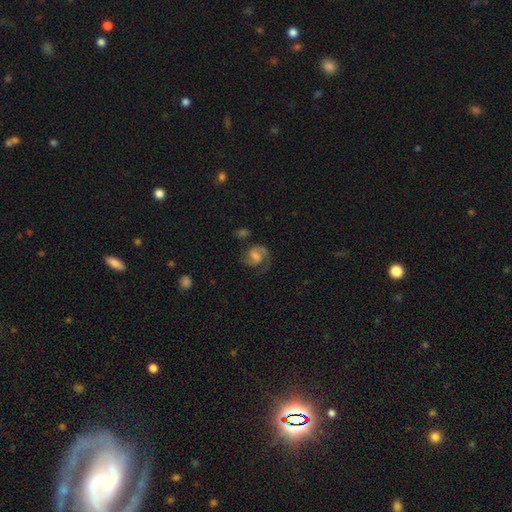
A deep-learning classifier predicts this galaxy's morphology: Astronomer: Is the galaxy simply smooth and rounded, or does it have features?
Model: featured or disk — 75%.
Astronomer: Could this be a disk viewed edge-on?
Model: no — 98%.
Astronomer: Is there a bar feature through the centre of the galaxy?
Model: weak — 50% (runner-up: no, 34%).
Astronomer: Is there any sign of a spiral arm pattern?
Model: yes — 94%.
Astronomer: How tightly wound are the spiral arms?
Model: medium — 53%.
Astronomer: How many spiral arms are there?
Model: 2 — 75%.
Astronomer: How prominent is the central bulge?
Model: moderate — 35% (runner-up: small, 28%).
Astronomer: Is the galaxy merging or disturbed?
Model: none — 61%.